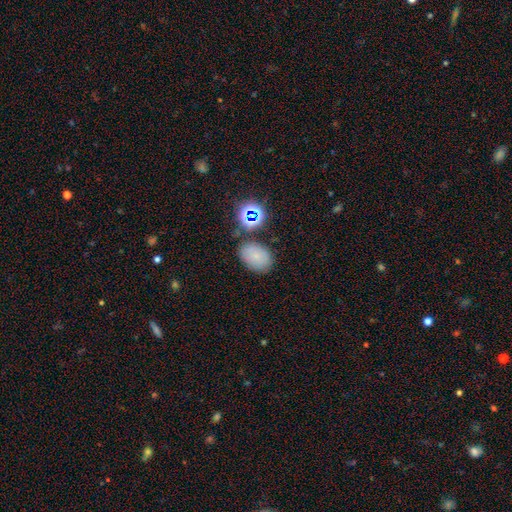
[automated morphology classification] Overall: smooth (71%). How rounded: in between (80%). Merging: none (76%).